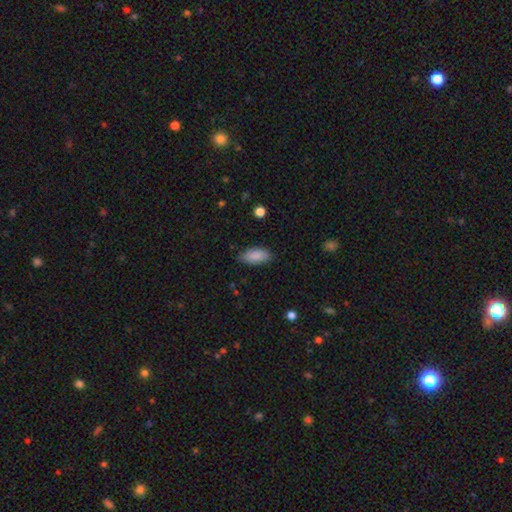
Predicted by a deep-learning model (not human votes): Overall: smooth (88%). How rounded: in between (90%). Merging: none (82%).